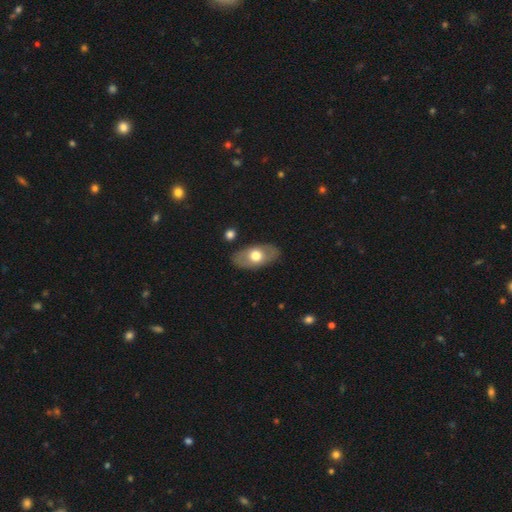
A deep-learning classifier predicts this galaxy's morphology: smooth-or-featured: smooth: 55% | featured or disk: 39% | star or artifact: 6%
  how-rounded: in between: 90% | round: 8% | cigar-shaped: 3%
  merging: none: 85% | minor disturbance: 11% | major disturbance: 3% | merger: 2%